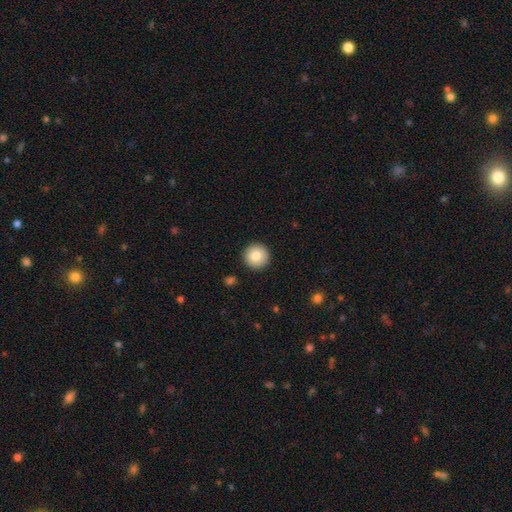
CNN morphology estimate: The model was most divided on "smooth or featured": smooth: 83%, featured or disk: 9%, star or artifact: 8%. More confident: how rounded — round (96%); merging — none (93%).